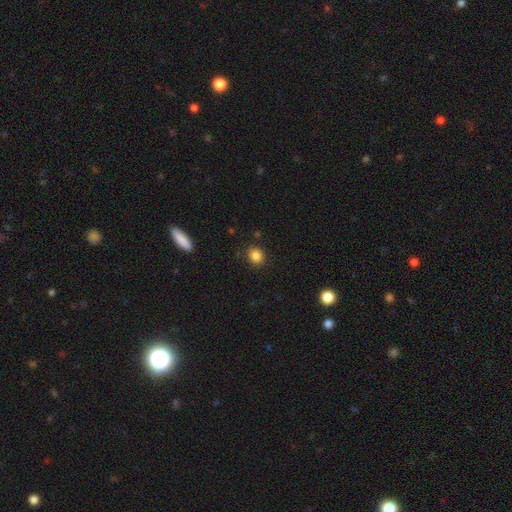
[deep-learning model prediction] Morphology: type=smooth (86%); roundness=round (80%); merging=none (88%).